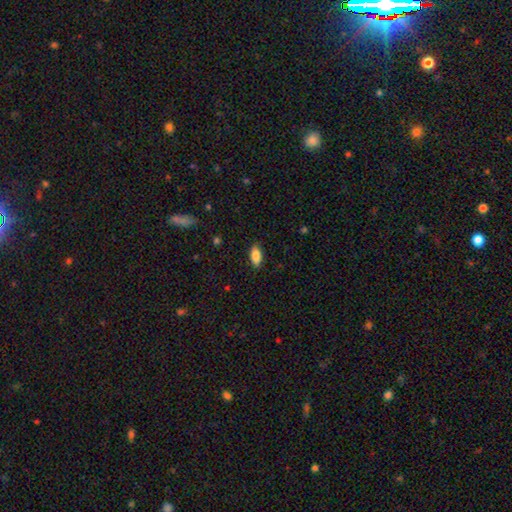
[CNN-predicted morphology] This appears to be a smooth galaxy with no disk features (85%) that is in between round and cigar-shaped (87%). Merging: none (88%).